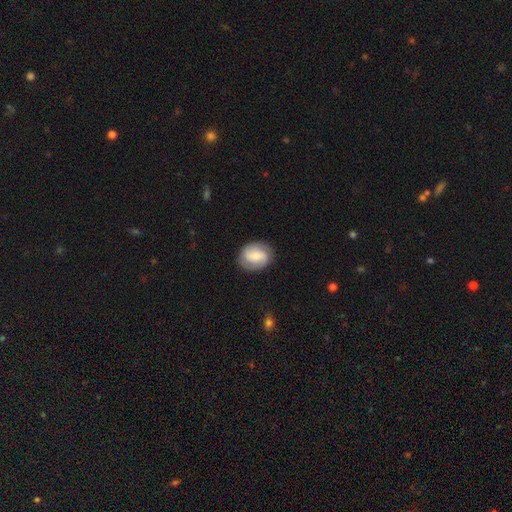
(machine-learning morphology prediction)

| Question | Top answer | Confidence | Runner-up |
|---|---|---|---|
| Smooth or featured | featured or disk | 56% | smooth (38%) |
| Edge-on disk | no | 97% | yes (3%) |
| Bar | weak | 46% | no (36%) |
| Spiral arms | yes | 87% | no (13%) |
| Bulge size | small | 49% | moderate (43%) |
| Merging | none | 84% | minor disturbance (11%) |